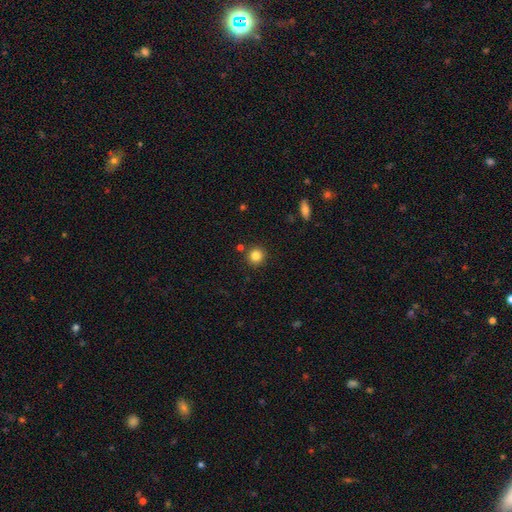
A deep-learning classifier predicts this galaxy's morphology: Q: Smooth or featured?
A: smooth (83%); runner-up: star or artifact (12%)
Q: How rounded?
A: round (94%); runner-up: in between (5%)
Q: Merging?
A: none (88%); runner-up: minor disturbance (6%)